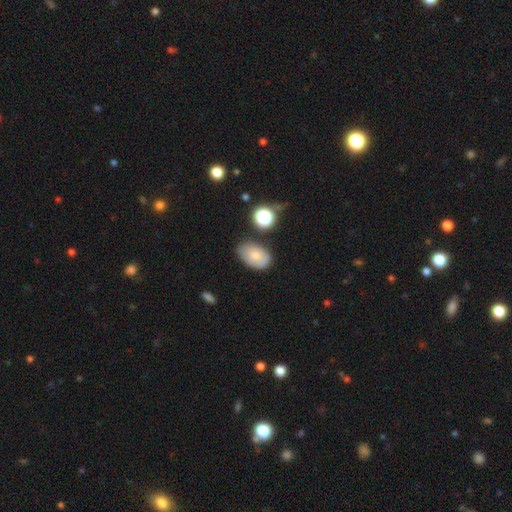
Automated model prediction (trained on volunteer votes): Morphology: type=smooth (74%); roundness=in between (88%); merging=none (67%).